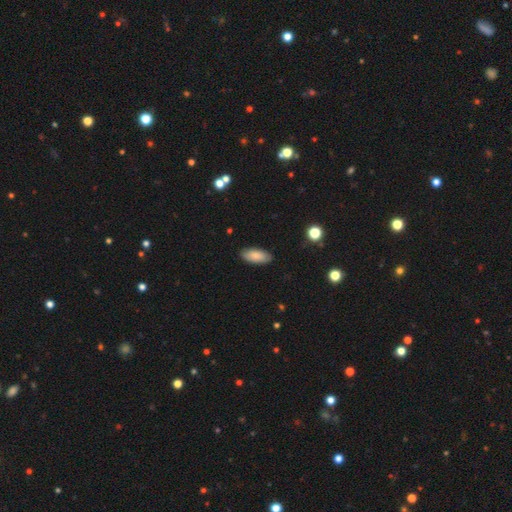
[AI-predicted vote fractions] smooth_or_featured: smooth (p=0.86) [alt: featured or disk p=0.08]
how_rounded: in between (p=0.87) [alt: cigar-shaped p=0.11]
merging: none (p=0.88) [alt: minor disturbance p=0.09]